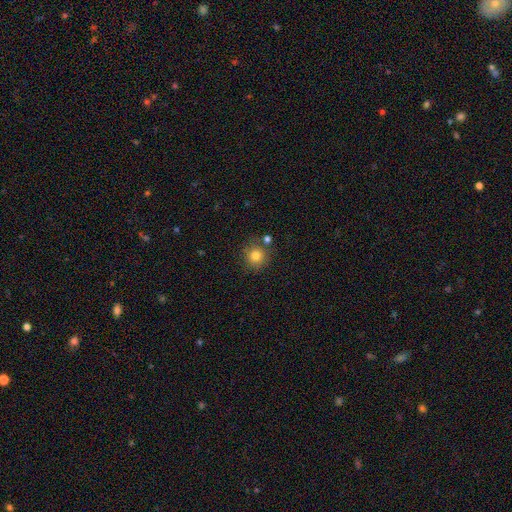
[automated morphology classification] This appears to be a smooth galaxy with no disk features (79%) that is round (92%). Merging: none (78%).